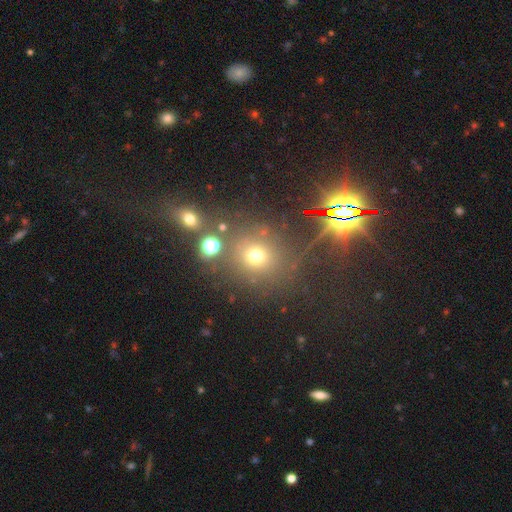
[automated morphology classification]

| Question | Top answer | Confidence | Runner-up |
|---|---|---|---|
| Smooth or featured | smooth | 62% | star or artifact (29%) |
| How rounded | round | 88% | in between (11%) |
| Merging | none | 77% | minor disturbance (10%) |